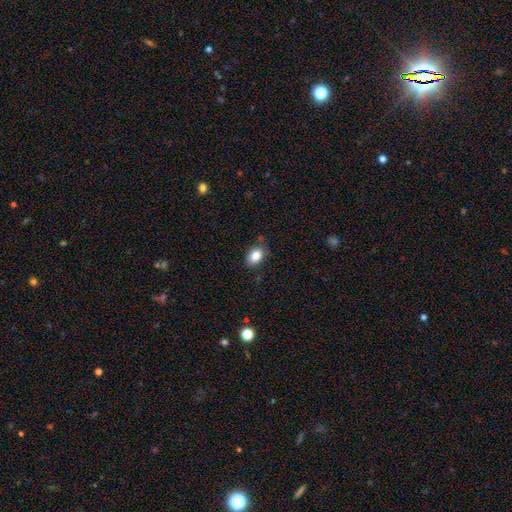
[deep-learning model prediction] Smooth or featured? smooth (84%)
How rounded? in between (79%)
Merging? none (79%)